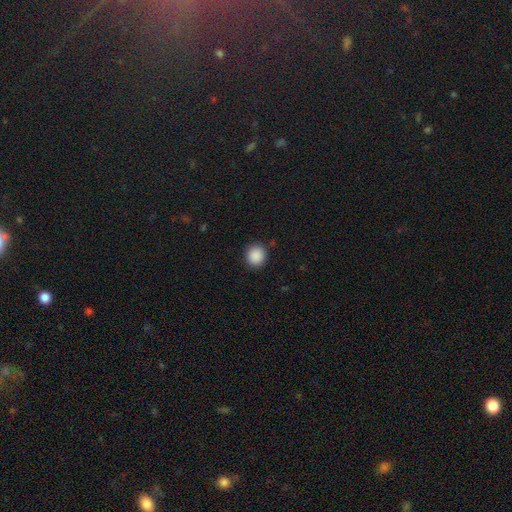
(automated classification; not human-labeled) A smooth galaxy with no disk features (89%) that is round (89%). Merging: none (90%).